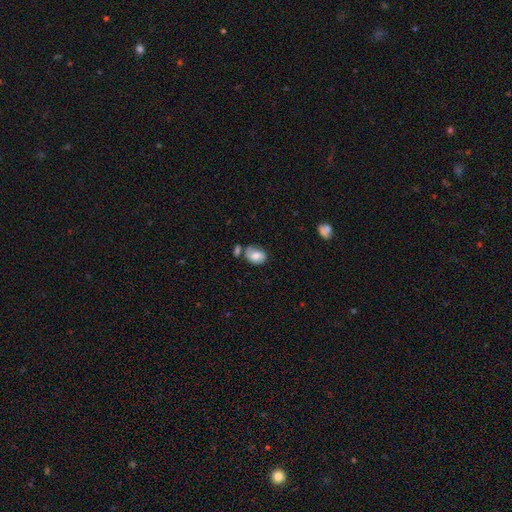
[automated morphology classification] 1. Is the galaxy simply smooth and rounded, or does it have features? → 67% smooth, 25% featured or disk, 8% star or artifact.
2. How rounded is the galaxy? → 74% in between, 24% round, 1% cigar-shaped.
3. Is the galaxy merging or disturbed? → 48% none, 25% minor disturbance, 20% merger, 8% major disturbance.